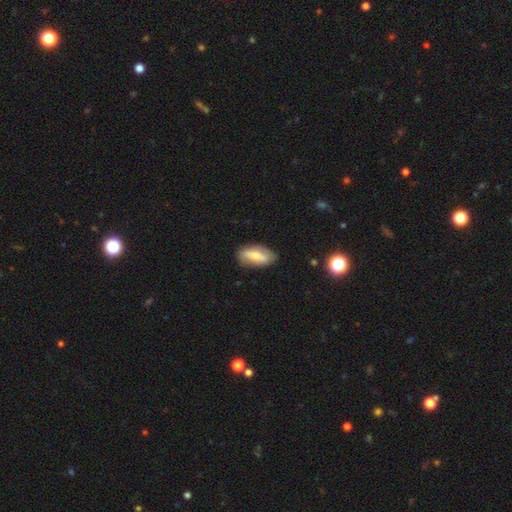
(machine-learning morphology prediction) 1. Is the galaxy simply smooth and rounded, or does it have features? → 60% smooth, 34% featured or disk, 7% star or artifact.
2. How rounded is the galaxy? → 85% in between, 12% cigar-shaped, 3% round.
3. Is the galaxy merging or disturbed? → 80% none, 15% minor disturbance, 3% major disturbance, 2% merger.